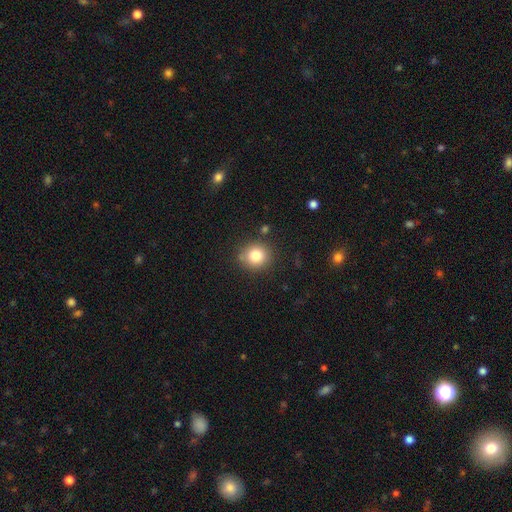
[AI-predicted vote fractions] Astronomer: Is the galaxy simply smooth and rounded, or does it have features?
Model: smooth — 80%.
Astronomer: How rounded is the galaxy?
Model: round — 88%.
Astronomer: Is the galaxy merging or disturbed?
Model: none — 84%.